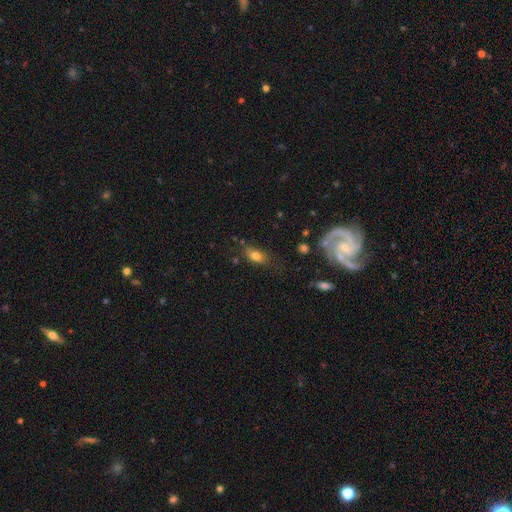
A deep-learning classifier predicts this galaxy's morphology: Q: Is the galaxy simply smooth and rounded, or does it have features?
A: smooth — 78%.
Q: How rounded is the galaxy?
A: in between — 82%.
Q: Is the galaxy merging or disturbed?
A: none — 61%.